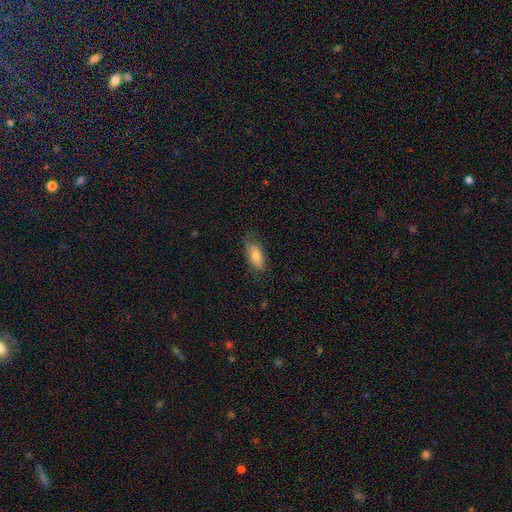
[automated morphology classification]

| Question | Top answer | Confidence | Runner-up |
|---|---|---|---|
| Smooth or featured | smooth | 72% | featured or disk (20%) |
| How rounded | in between | 79% | cigar-shaped (18%) |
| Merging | none | 69% | minor disturbance (24%) |